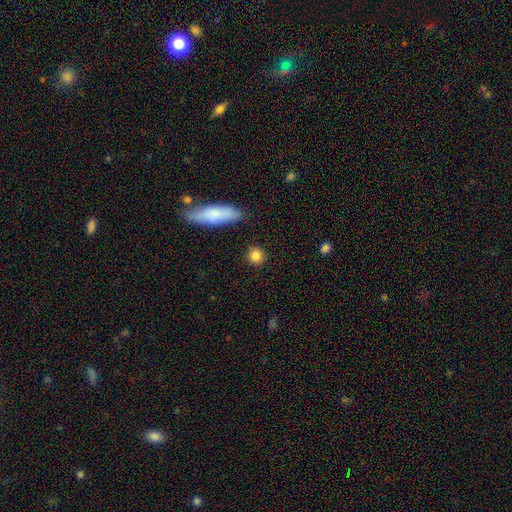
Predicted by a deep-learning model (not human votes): Smooth or featured? Predicted: smooth (p=0.85). How rounded? Predicted: round (p=0.87). Merging? Predicted: none (p=0.88).